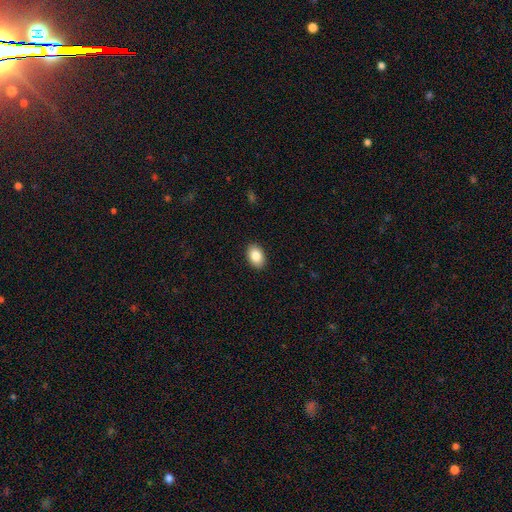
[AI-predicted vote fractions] Smooth or featured? smooth (86%)
How rounded? in between (84%)
Merging? none (91%)